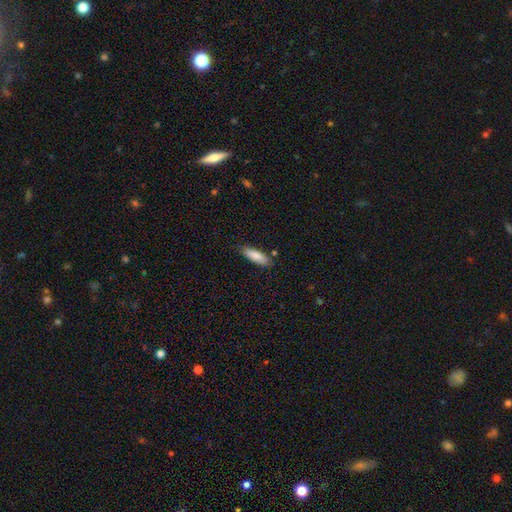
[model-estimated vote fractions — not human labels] Q: Smooth or featured?
A: smooth (84%); runner-up: featured or disk (10%)
Q: How rounded?
A: in between (51%); runner-up: cigar-shaped (48%)
Q: Merging?
A: none (83%); runner-up: minor disturbance (12%)